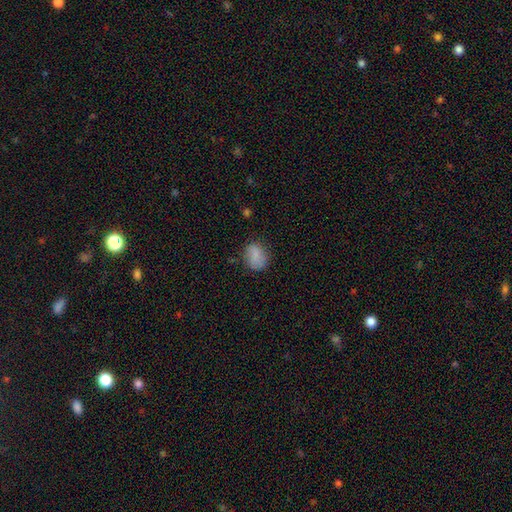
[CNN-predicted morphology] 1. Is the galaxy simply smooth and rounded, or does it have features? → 81% smooth, 10% featured or disk, 9% star or artifact.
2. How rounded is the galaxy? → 54% round, 45% in between, 1% cigar-shaped.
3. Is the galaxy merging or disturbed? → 74% none, 19% minor disturbance, 5% major disturbance, 2% merger.